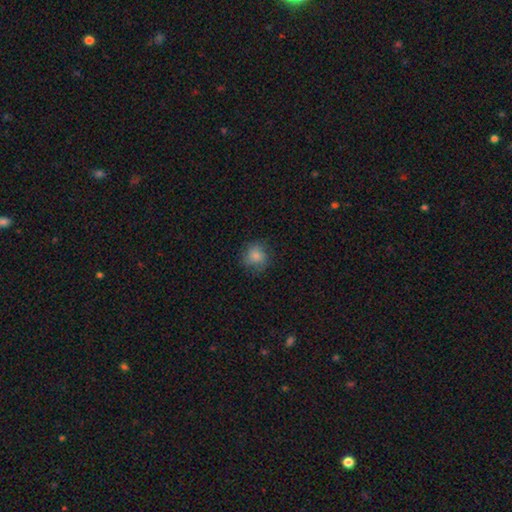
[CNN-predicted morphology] Overall: smooth (83%). How rounded: round (84%). Merging: none (77%).